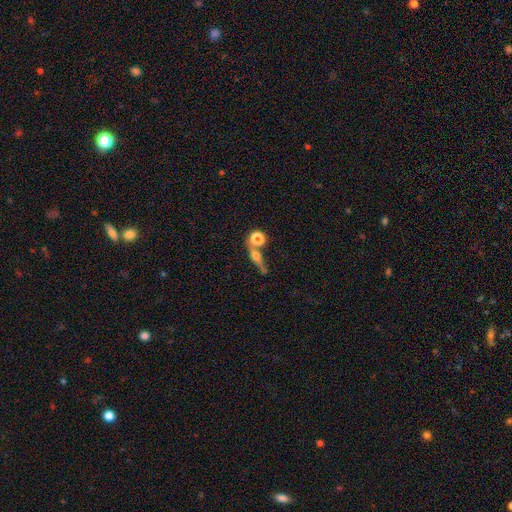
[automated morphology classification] type=featured or disk (45%); merging=none (53%).